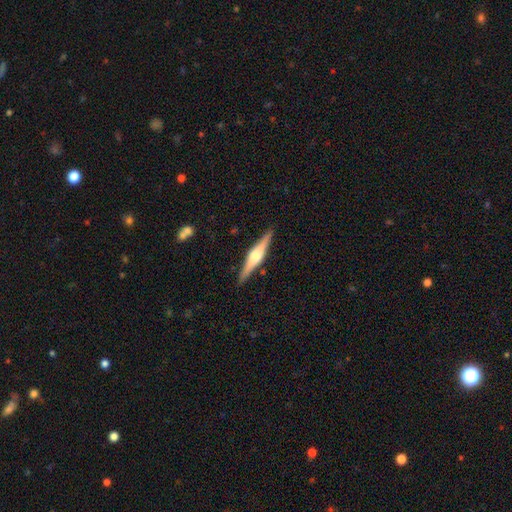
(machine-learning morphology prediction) A featured or disk galaxy (75%) viewed edge-on (98%) with a rounded central bulge (87%). Merging: none (90%).